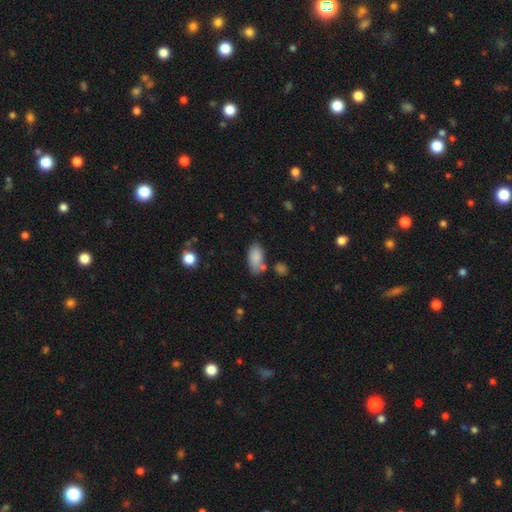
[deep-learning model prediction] Smooth or featured?
  - smooth: 85% *
  - star or artifact: 8%
  - featured or disk: 7%
How rounded?
  - in between: 93% *
  - cigar-shaped: 4%
  - round: 4%
Merging?
  - none: 61% *
  - minor disturbance: 19%
  - merger: 15%
  - major disturbance: 6%